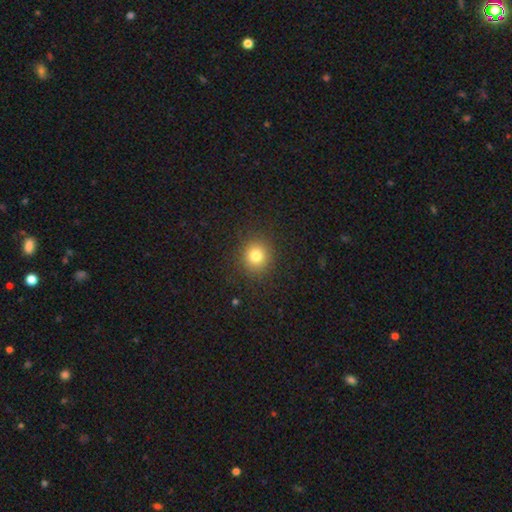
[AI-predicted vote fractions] Q: Smooth or featured?
A: smooth (80%); runner-up: star or artifact (13%)
Q: How rounded?
A: round (88%); runner-up: in between (11%)
Q: Merging?
A: none (90%); runner-up: minor disturbance (7%)